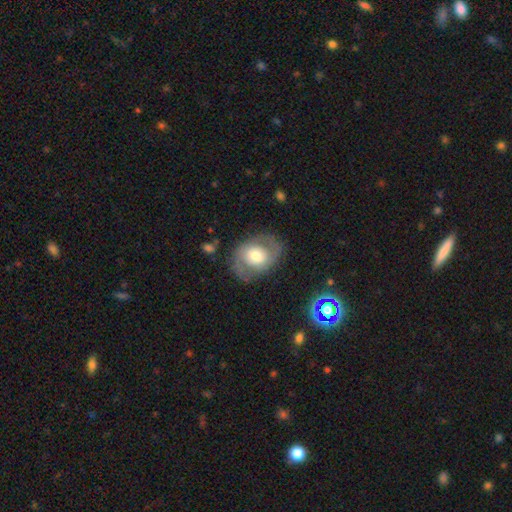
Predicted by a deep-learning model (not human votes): The model was most divided on "smooth or featured": featured or disk: 57%, smooth: 36%, star or artifact: 7%. More confident: edge-on disk — no (96%); merging — none (75%); bar — no (68%); spiral arms — yes (65%); bulge size — moderate (57%).